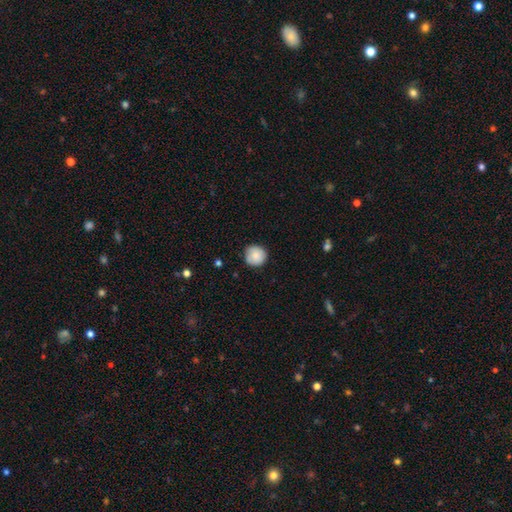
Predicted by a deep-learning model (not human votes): Smooth or featured? smooth (81%)
How rounded? round (93%)
Merging? none (80%)